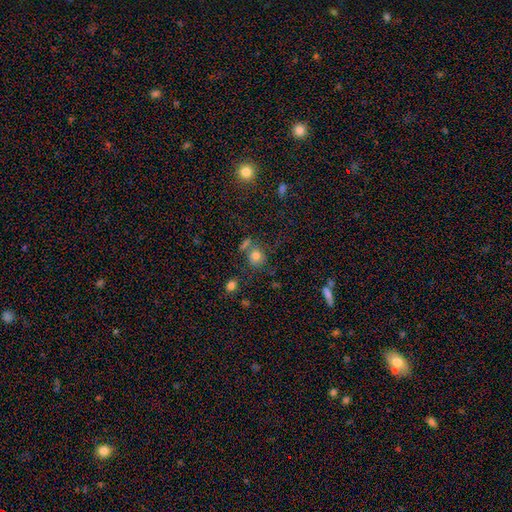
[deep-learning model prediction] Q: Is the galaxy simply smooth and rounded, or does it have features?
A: smooth — 78%.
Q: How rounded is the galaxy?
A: round — 79%.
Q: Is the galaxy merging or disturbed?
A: none — 63%.